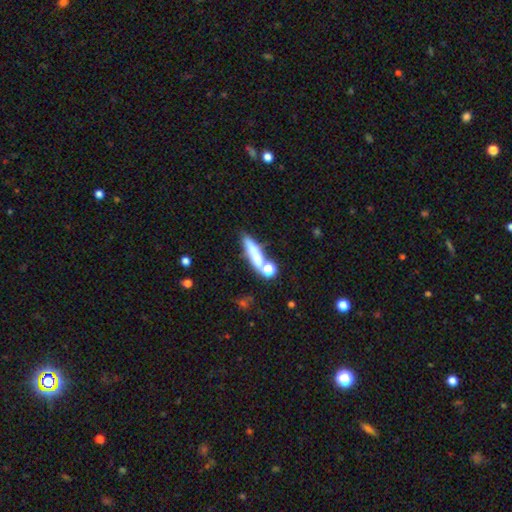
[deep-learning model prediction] The model was most divided on "merging": none: 53%, merger: 23%, minor disturbance: 16%, major disturbance: 8%. More confident: how rounded — cigar-shaped (69%); smooth or featured — smooth (62%).